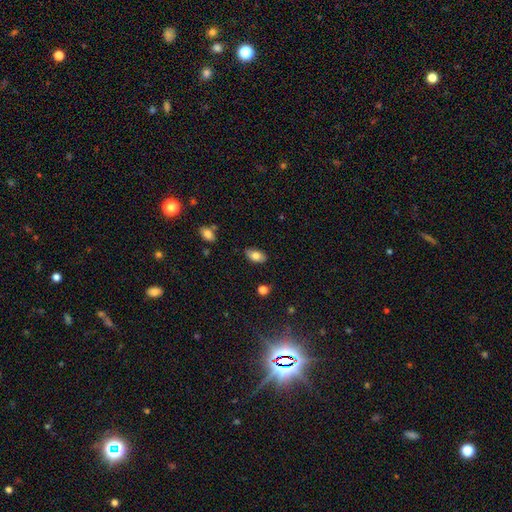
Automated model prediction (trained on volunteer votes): Q: Smooth or featured?
A: smooth (77%); runner-up: featured or disk (15%)
Q: How rounded?
A: in between (92%); runner-up: round (5%)
Q: Merging?
A: none (83%); runner-up: minor disturbance (14%)